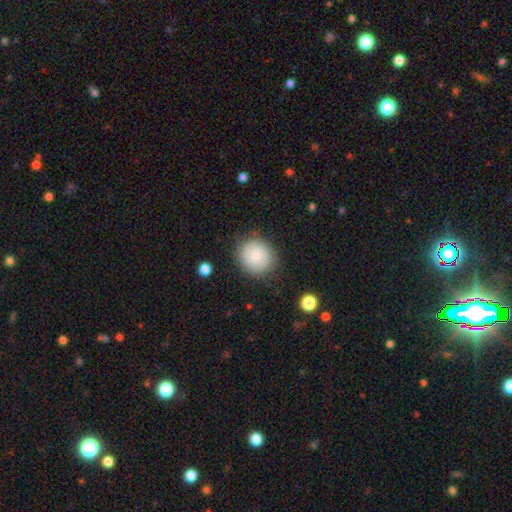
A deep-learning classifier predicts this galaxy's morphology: A smooth galaxy with no disk features (75%) that is round (85%).

Vote fractions:
- Smooth or featured? smooth: 75% / featured or disk: 18% / star or artifact: 7%
- How rounded? round: 85% / in between: 14% / cigar-shaped: 1%
- Merging? none: 84% / minor disturbance: 11% / major disturbance: 3% / merger: 1%